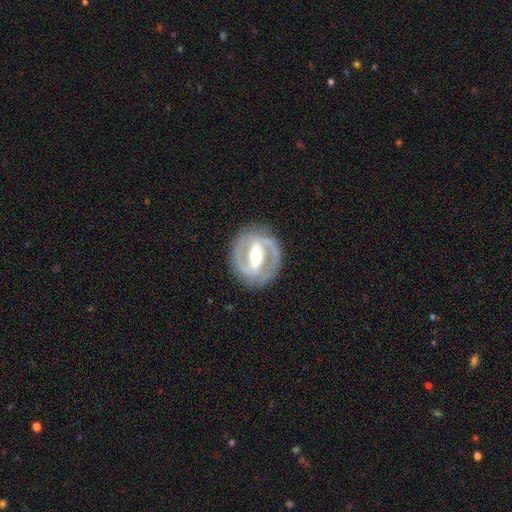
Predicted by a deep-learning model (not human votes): The model was most divided on "spiral winding": medium: 47%, tight: 44%, loose: 10%. More confident: edge-on disk — no (96%); spiral arm count — 2 (90%); spiral arms — yes (90%); smooth or featured — featured or disk (87%); merging — none (86%); bulge size — moderate (68%); bar — strong (67%).